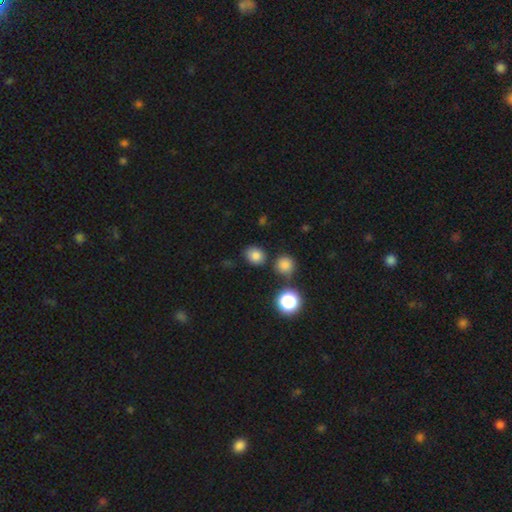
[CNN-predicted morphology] A smooth galaxy with no disk features (81%) that is round (65%). Merging: none (80%).